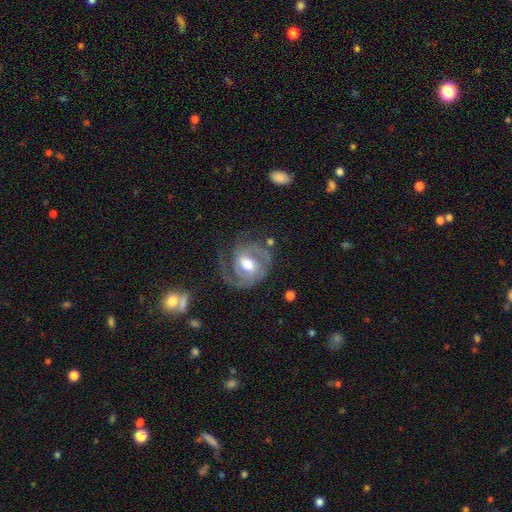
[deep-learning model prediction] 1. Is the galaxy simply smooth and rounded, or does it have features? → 88% featured or disk, 7% smooth, 5% star or artifact.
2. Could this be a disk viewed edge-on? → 98% no, 2% yes.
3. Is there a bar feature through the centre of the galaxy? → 47% weak, 28% no, 25% strong.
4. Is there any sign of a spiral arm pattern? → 96% yes, 4% no.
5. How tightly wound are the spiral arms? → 52% tight, 40% medium, 8% loose.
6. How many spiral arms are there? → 73% 2, 9% 3, 7% can't tell, 6% 1, 2% 4, 2% more than 4.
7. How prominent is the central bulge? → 74% moderate, 13% small, 12% large, 1% none, 1% dominant.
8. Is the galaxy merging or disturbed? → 70% none, 17% minor disturbance, 10% major disturbance, 2% merger.